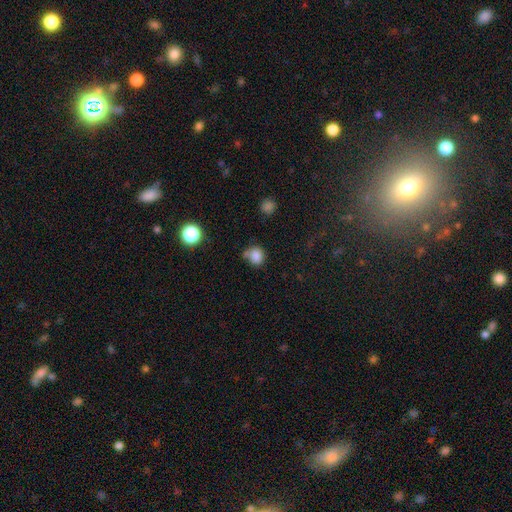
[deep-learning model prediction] smooth-or-featured: smooth: 82% | star or artifact: 12% | featured or disk: 6%
  how-rounded: round: 76% | in between: 23% | cigar-shaped: 1%
  merging: none: 57% | minor disturbance: 22% | merger: 14% | major disturbance: 7%